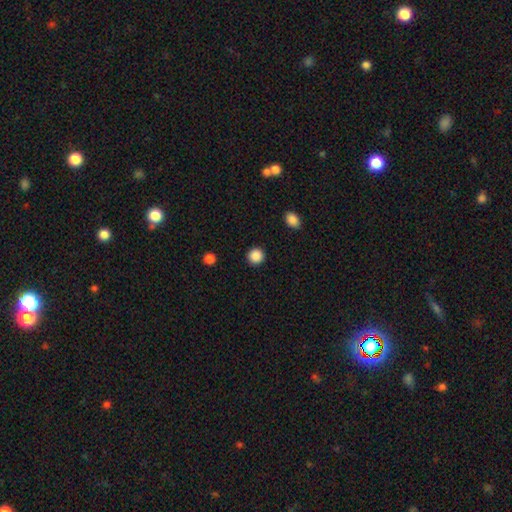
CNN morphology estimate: This is clearly a smooth galaxy (88%). How rounded: clearly round (94%). Merging: clearly none (92%).